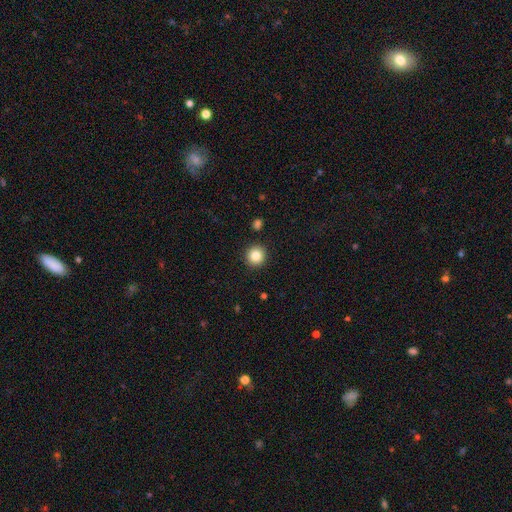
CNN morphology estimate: Q: Smooth or featured?
A: smooth (84%); runner-up: star or artifact (10%)
Q: How rounded?
A: round (93%); runner-up: in between (6%)
Q: Merging?
A: none (91%); runner-up: minor disturbance (5%)